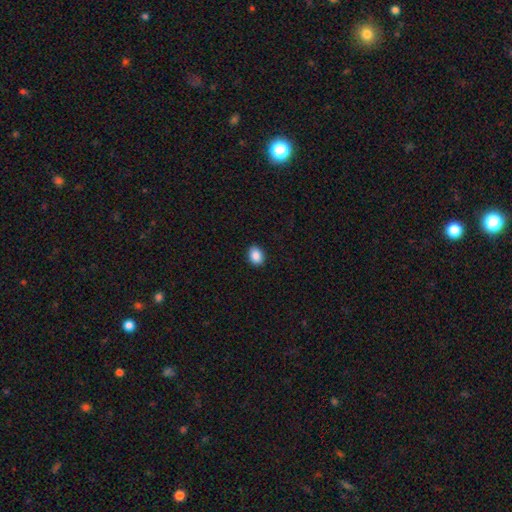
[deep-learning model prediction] Smooth or featured?
  - smooth: 89% *
  - star or artifact: 8%
  - featured or disk: 3%
How rounded?
  - in between: 66% *
  - round: 33%
  - cigar-shaped: 1%
Merging?
  - none: 91% *
  - minor disturbance: 7%
  - major disturbance: 2%
  - merger: 1%